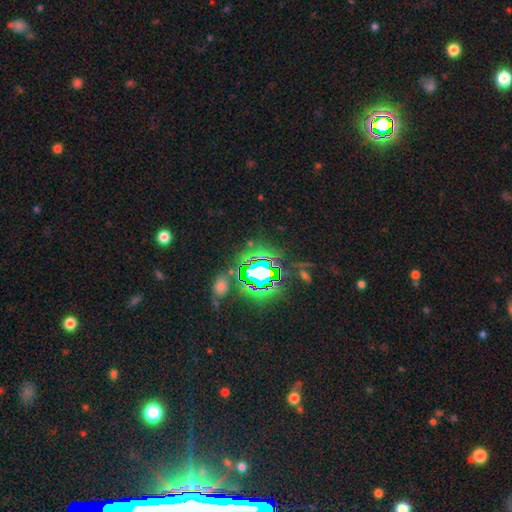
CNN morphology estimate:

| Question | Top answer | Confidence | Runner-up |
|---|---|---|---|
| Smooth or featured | star or artifact | 83% | smooth (9%) |